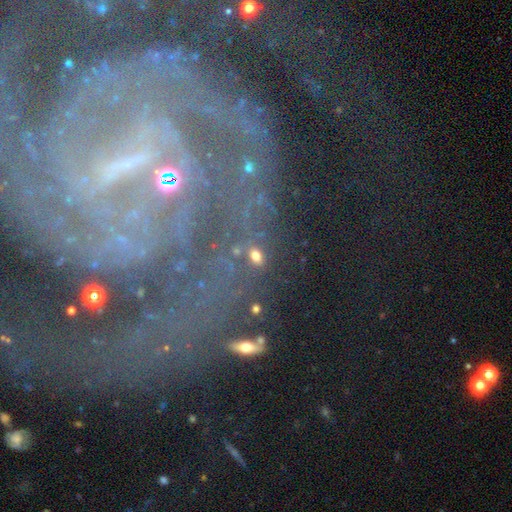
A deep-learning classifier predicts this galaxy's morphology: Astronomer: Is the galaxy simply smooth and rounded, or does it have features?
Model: smooth — 56%.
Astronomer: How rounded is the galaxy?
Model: in between — 69%.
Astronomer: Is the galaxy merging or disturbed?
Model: none — 71%.